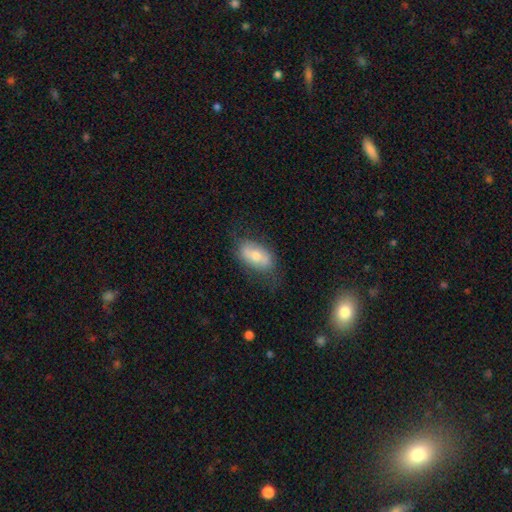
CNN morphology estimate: Smooth or featured? Predicted: smooth (p=0.60). How rounded? Predicted: in between (p=0.91). Merging? Predicted: none (p=0.68).